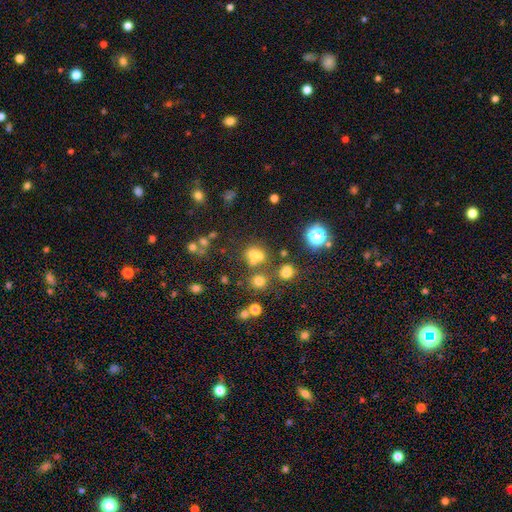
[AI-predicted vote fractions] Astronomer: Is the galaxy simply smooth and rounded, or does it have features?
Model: smooth — 58%.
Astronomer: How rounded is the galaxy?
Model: round — 74%.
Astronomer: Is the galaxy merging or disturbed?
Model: none — 48% (runner-up: merger, 37%).